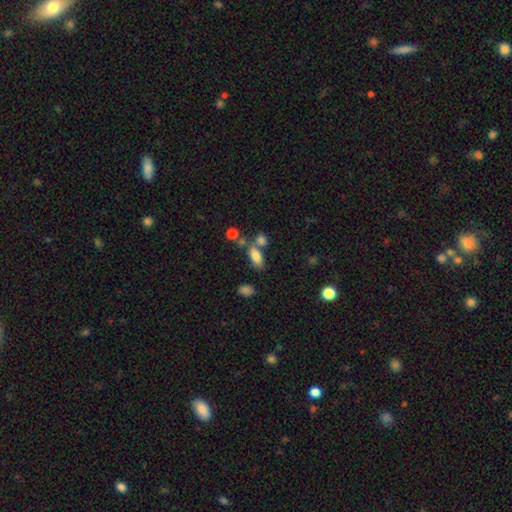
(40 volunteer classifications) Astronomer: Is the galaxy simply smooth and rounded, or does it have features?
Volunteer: smooth — 75%.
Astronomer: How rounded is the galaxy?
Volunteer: in between — 97%.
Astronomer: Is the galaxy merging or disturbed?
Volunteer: none — 53%.